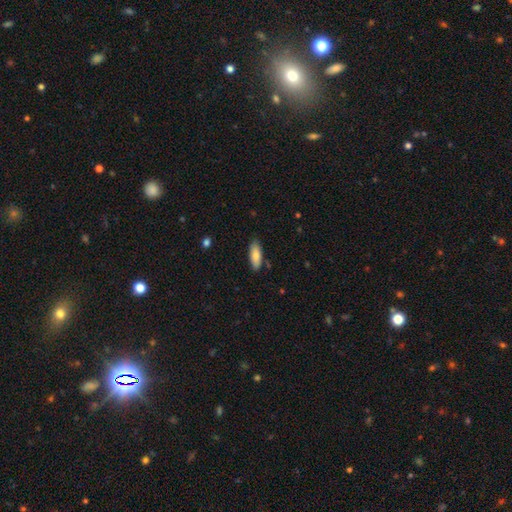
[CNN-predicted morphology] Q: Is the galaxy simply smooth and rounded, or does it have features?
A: smooth — 80%.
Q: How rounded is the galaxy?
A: in between — 72%.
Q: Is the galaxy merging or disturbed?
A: none — 83%.